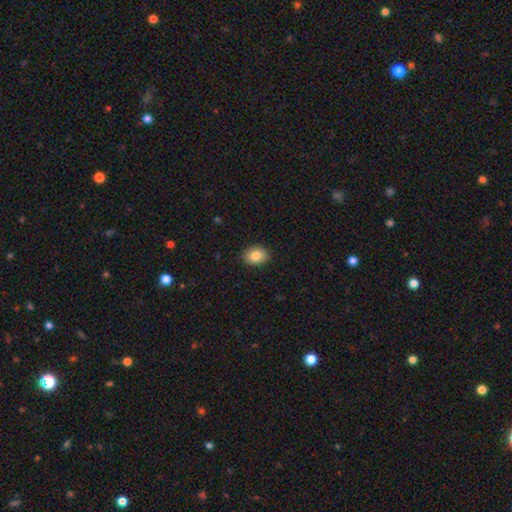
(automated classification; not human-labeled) smooth_or_featured: smooth (p=0.84) [alt: star or artifact p=0.09]
how_rounded: in between (p=0.62) [alt: round p=0.37]
merging: none (p=0.89) [alt: minor disturbance p=0.08]